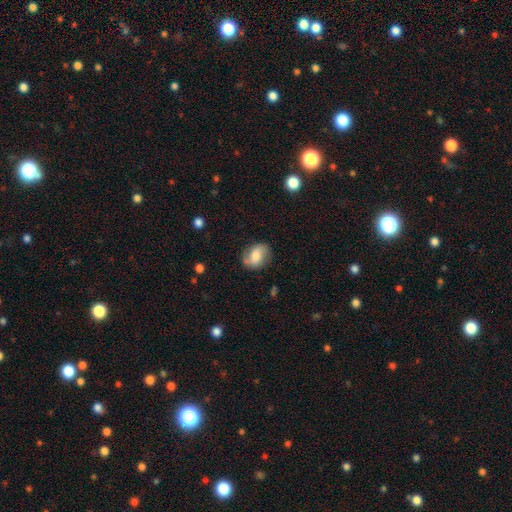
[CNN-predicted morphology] A smooth galaxy with no disk features (56%) that is in between round and cigar-shaped (60%). Merging: none (70%).